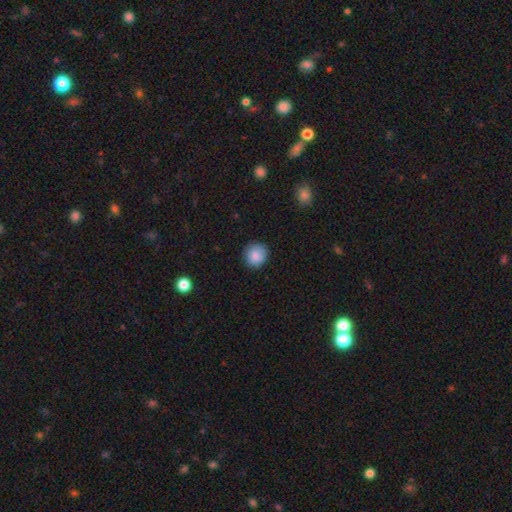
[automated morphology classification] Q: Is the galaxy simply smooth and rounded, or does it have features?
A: smooth — 83%.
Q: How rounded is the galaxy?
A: round — 88%.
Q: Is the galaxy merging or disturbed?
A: none — 85%.